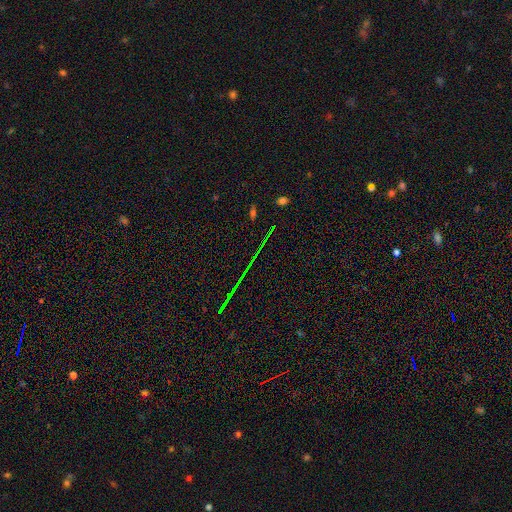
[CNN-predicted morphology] Overall: star or artifact (76%).